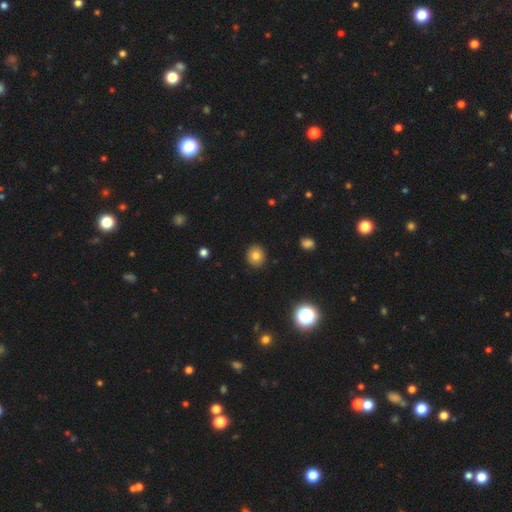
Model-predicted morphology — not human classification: Smooth or featured? Predicted: smooth (p=0.80). How rounded? Predicted: round (p=0.83). Merging? Predicted: none (p=0.91).